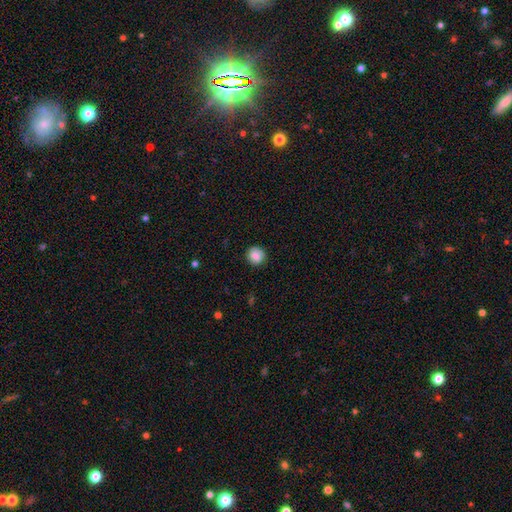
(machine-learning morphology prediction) smooth-or-featured: smooth: 83% | star or artifact: 9% | featured or disk: 9%
  how-rounded: round: 91% | in between: 8% | cigar-shaped: 1%
  merging: none: 87% | minor disturbance: 9% | major disturbance: 2% | merger: 1%